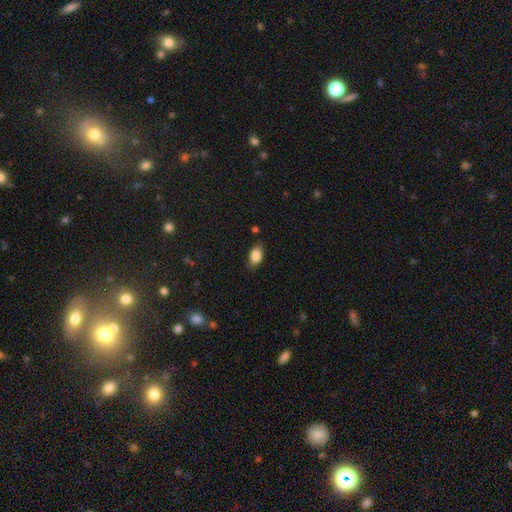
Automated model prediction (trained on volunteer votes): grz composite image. It shows a smooth galaxy with no disk features (84%) that is in between round and cigar-shaped (89%). Merging: none (78%).